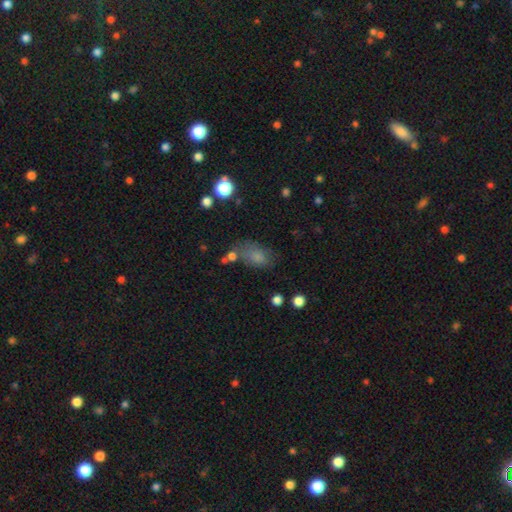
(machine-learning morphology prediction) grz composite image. It shows a smooth galaxy with no disk features (75%) that is in between round and cigar-shaped (86%). Merging: none (54%).